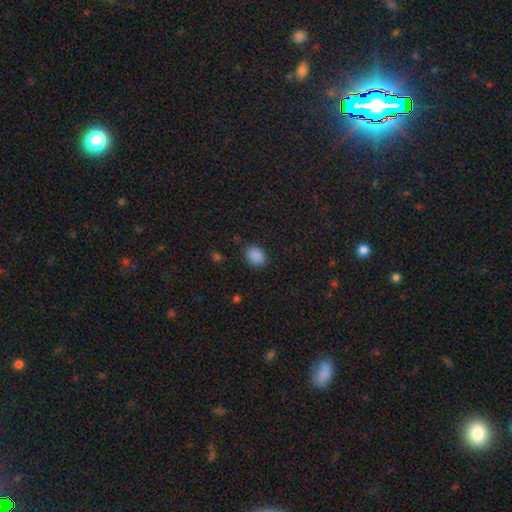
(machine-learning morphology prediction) Smooth or featured: smooth — 88% (star or artifact — 9%)
How rounded: in between — 68% (round — 31%)
Merging: none — 82% (minor disturbance — 14%)